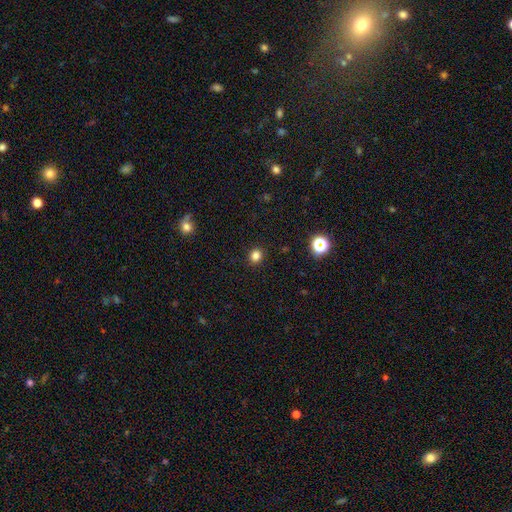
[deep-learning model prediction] The model was most divided on "how rounded": round: 80%, in between: 19%, cigar-shaped: 1%. More confident: merging — none (91%); smooth or featured — smooth (82%).